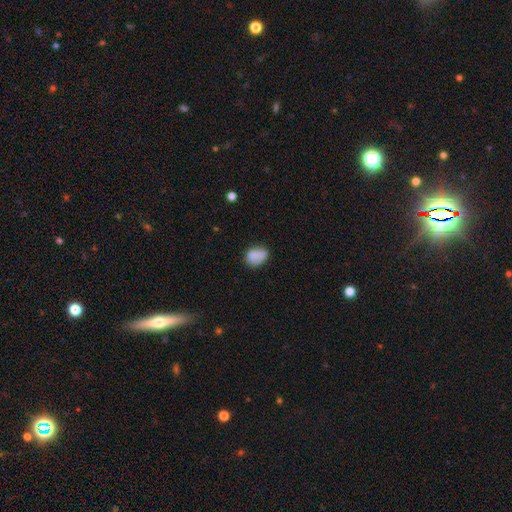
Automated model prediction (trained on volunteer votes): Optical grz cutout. It shows a smooth galaxy with no disk features (81%) that is in between round and cigar-shaped (69%). Merging: none (62%).